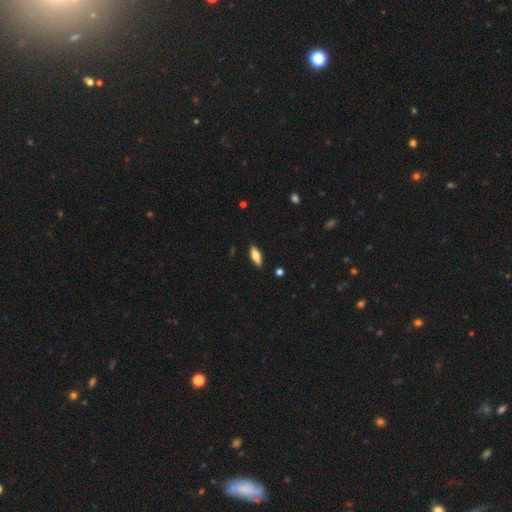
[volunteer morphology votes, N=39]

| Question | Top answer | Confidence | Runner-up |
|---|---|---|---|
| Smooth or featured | smooth | 51% | featured or disk (41%) |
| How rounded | in between | 75% | cigar-shaped (25%) |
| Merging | none | 81% | minor disturbance (11%) |